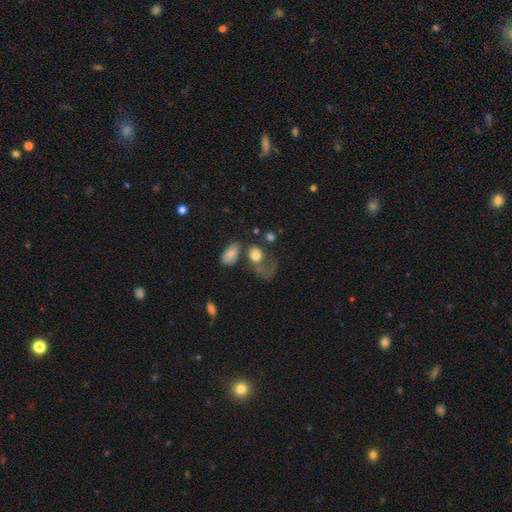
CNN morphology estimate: smooth-or-featured: smooth: 68% | featured or disk: 23% | star or artifact: 9%
  how-rounded: in between: 66% | round: 32% | cigar-shaped: 2%
  merging: major disturbance: 50% | none: 18% | merger: 18% | minor disturbance: 13%